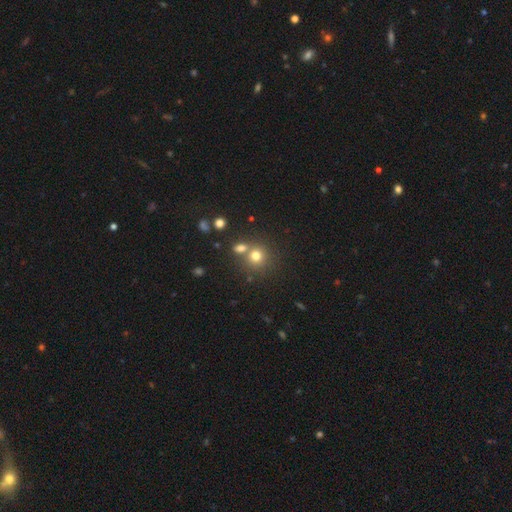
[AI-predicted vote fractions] smooth 74%, star or artifact 16%, featured or disk 10%. Down the decision tree: how rounded — round (87%); merging — none (60%).